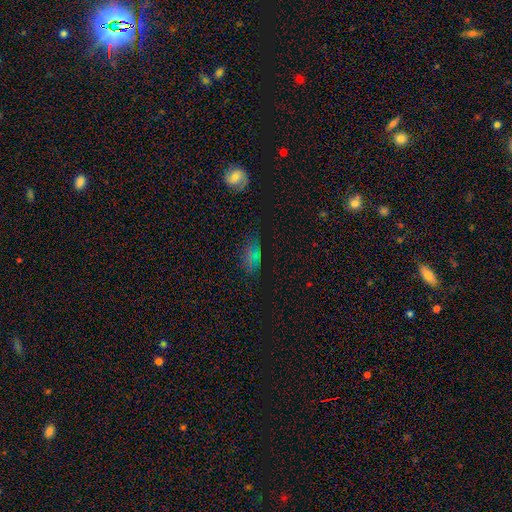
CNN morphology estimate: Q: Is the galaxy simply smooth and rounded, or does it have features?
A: smooth — 50%.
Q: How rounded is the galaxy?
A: in between — 74%.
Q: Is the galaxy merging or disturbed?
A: none — 72%.